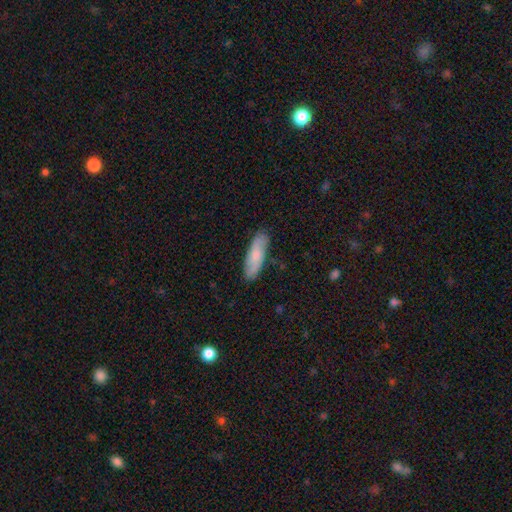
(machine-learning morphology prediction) type=smooth (72%); roundness=cigar-shaped (55%); merging=none (83%).